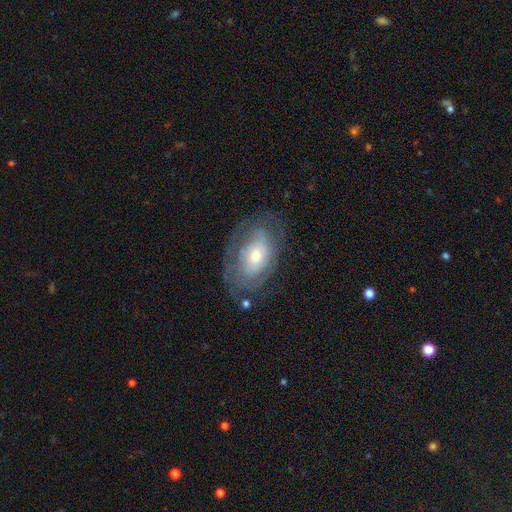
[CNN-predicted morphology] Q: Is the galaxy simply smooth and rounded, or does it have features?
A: featured or disk — 61%.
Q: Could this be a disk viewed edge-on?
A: no — 93%.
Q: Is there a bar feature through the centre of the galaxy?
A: no — 72%.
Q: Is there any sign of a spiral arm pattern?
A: yes — 66%.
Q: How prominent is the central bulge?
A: moderate — 55%.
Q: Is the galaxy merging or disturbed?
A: none — 66%.